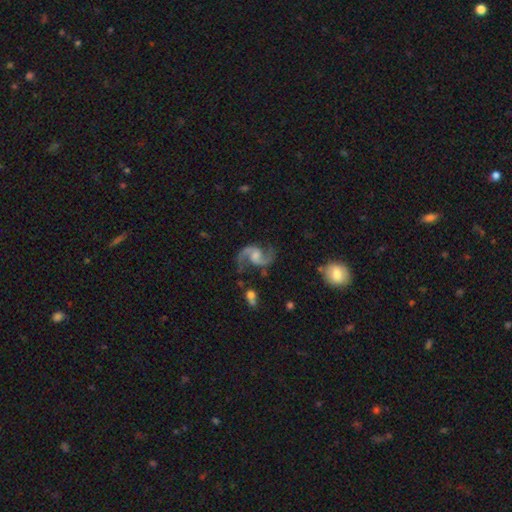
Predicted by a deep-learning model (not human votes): A featured or disk galaxy (93%) with no bar (47%), 2 (94%) loose (48%) spiral arms (98%) and a moderate central bulge (40%). Merging: none (78%).